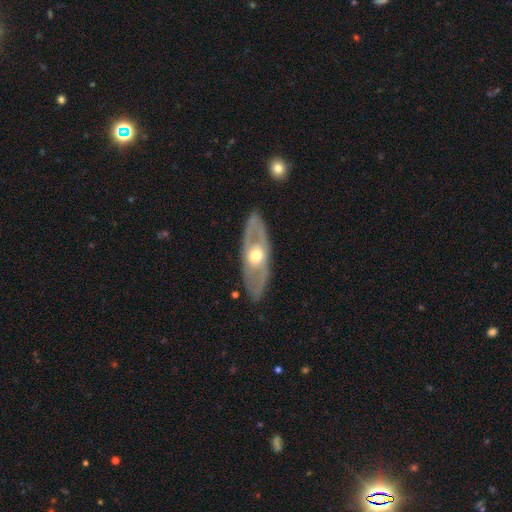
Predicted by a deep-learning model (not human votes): featured or disk 69%, smooth 27%, star or artifact 4%. Down the decision tree: edge-on disk — no (74%); bar — no (82%); spiral arms — no (71%); bulge size — moderate (71%); merging — none (85%).